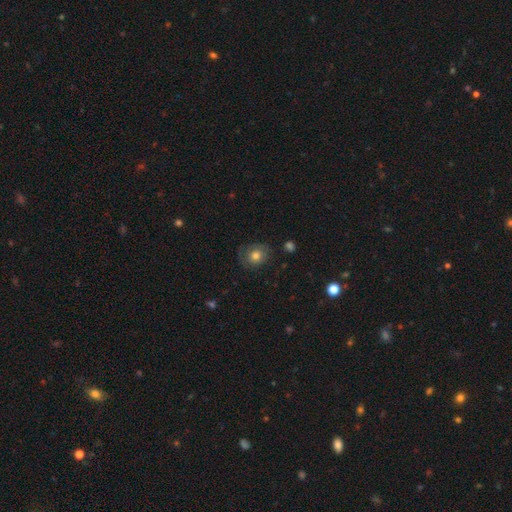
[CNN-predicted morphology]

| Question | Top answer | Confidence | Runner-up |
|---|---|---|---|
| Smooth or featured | smooth | 75% | featured or disk (15%) |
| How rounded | round | 78% | in between (21%) |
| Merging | none | 74% | minor disturbance (18%) |